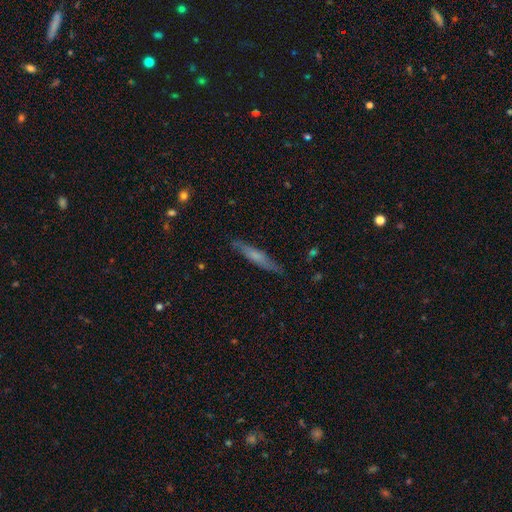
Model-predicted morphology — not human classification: Overall: smooth (51%; featured or disk 42%). How rounded: cigar-shaped (92%). Merging: none (84%).